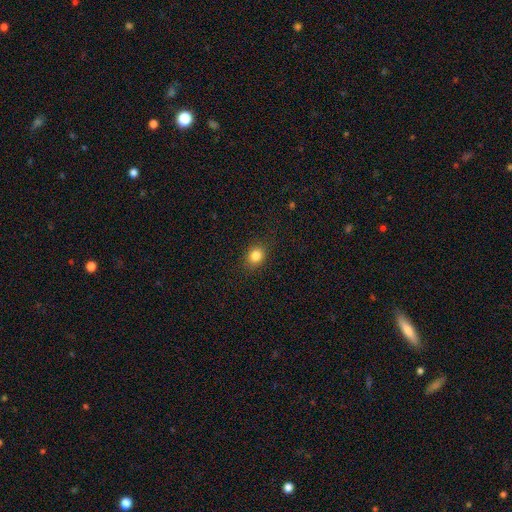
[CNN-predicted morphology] smooth 84%, star or artifact 11%, featured or disk 5%. Down the decision tree: how rounded — round (58%); merging — none (87%).